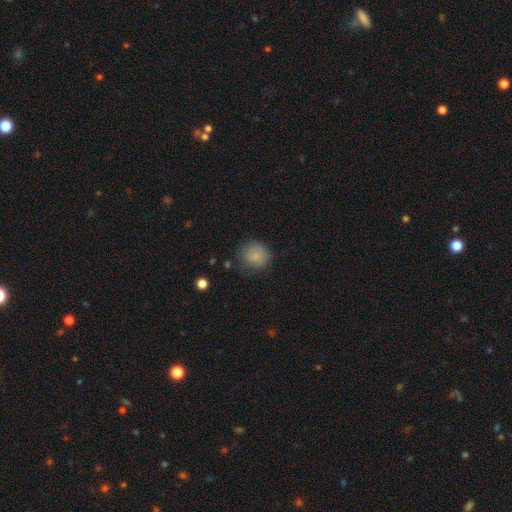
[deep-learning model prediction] A smooth galaxy with no disk features (82%) that is round (85%). Merging: none (69%).